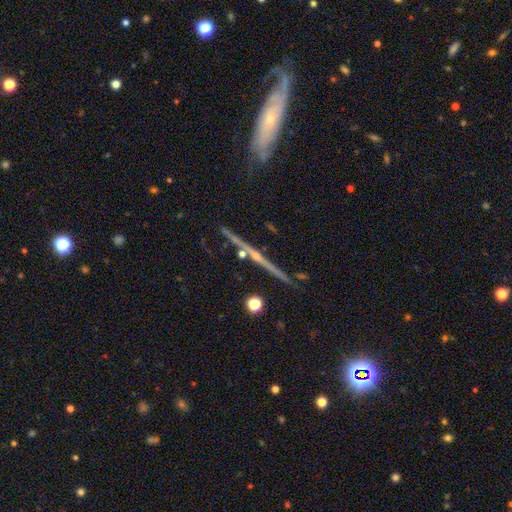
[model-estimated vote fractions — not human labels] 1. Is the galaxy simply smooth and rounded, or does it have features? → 72% featured or disk, 15% star or artifact, 13% smooth.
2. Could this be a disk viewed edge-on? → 94% yes, 6% no.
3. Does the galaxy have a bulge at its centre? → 63% rounded, 28% none, 9% boxy.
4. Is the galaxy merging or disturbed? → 81% none, 10% minor disturbance, 5% merger, 4% major disturbance.